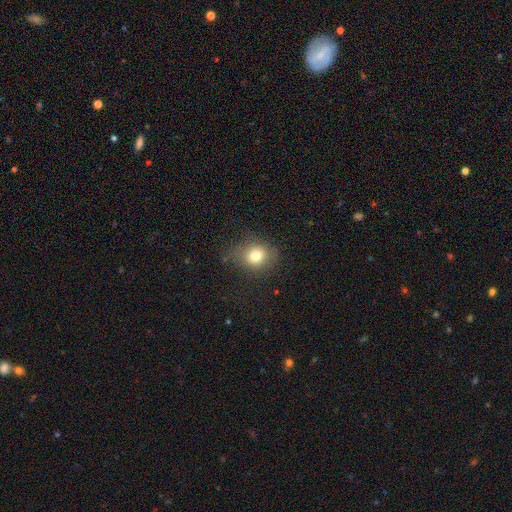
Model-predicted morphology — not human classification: Smooth or featured? Predicted: smooth (p=0.77). How rounded? Predicted: round (p=0.65). Merging? Predicted: none (p=0.70).